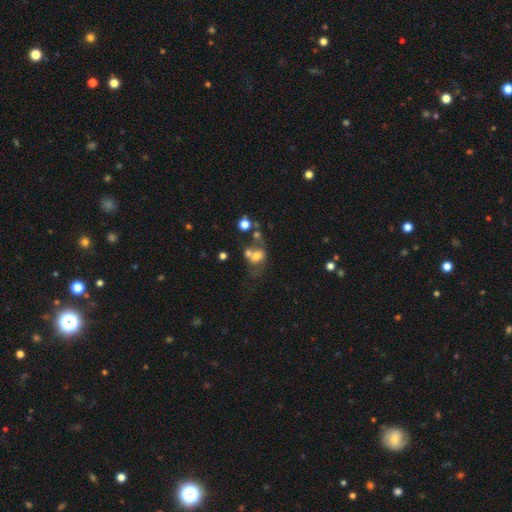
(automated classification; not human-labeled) Smooth or featured?
  - smooth: 60% *
  - featured or disk: 26%
  - star or artifact: 15%
How rounded?
  - round: 50% *
  - in between: 49%
  - cigar-shaped: 1%
Merging?
  - merger: 46% *
  - none: 27%
  - major disturbance: 15%
  - minor disturbance: 13%